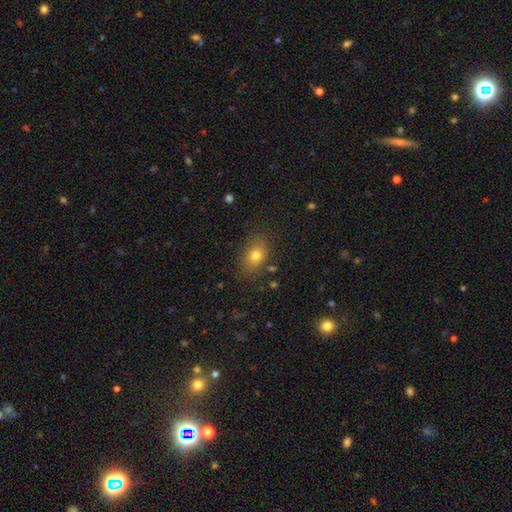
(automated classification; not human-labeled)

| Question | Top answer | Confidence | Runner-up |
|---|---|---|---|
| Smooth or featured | smooth | 76% | star or artifact (12%) |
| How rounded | in between | 75% | round (22%) |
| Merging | none | 82% | minor disturbance (12%) |